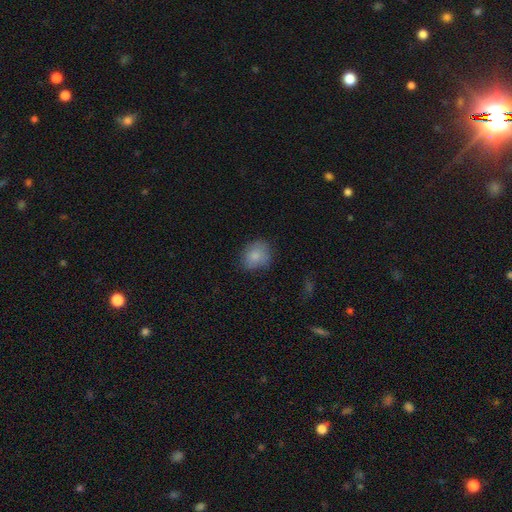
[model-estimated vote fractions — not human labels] Morphology: type=smooth (83%); roundness=round (60%); merging=none (71%).